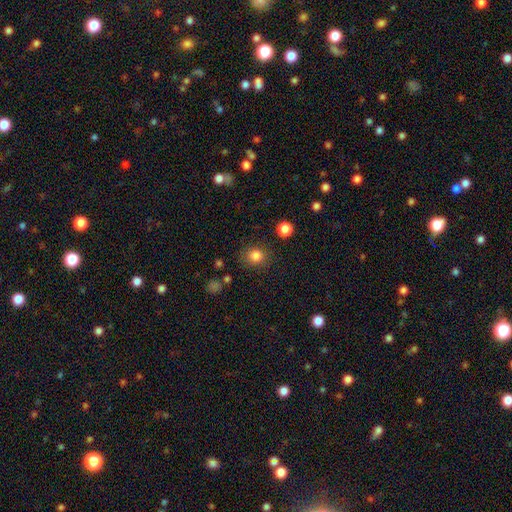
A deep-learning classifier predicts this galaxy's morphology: This appears to be a smooth galaxy with no disk features (83%) that is round (82%). Merging: none (83%).